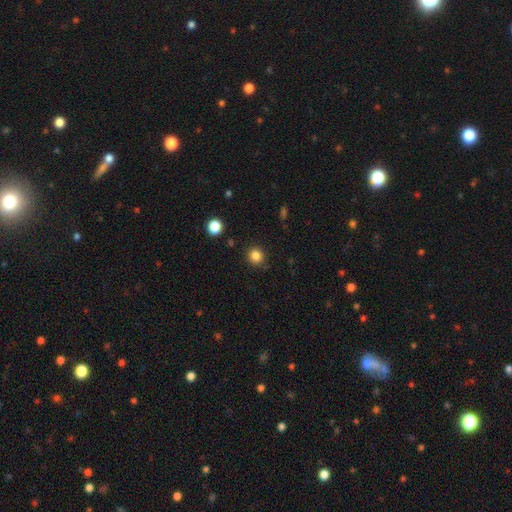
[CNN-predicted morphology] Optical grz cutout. It shows a smooth galaxy with no disk features (84%) that is round (90%). Merging: none (88%).